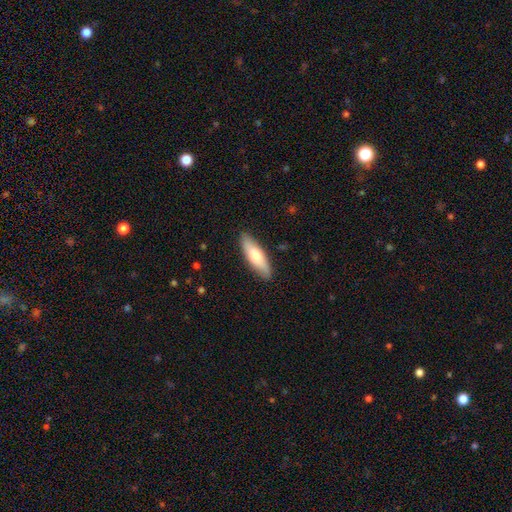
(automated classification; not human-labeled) smooth-or-featured: smooth: 69% | featured or disk: 26% | star or artifact: 5%
  how-rounded: cigar-shaped: 51% | in between: 48% | round: 2%
  merging: none: 88% | minor disturbance: 9% | major disturbance: 2% | merger: 1%